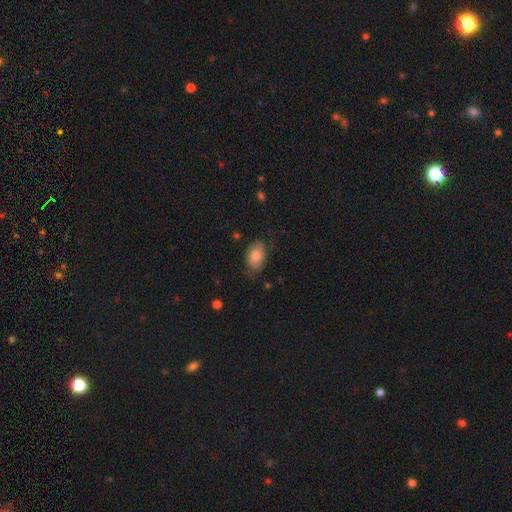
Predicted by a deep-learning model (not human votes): Smooth or featured? smooth (78%)
How rounded? in between (89%)
Merging? none (71%)